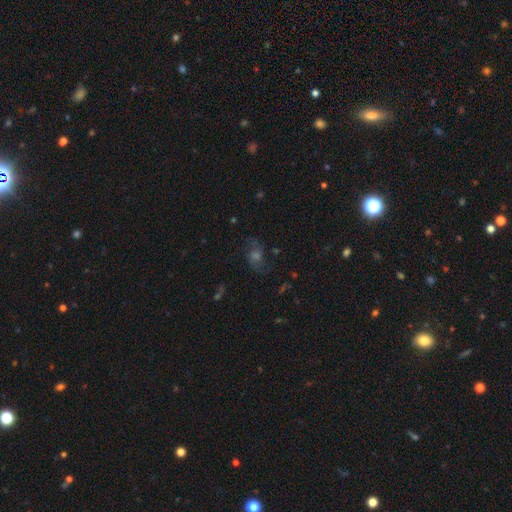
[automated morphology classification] Smooth or featured? Predicted: featured or disk (p=0.42). Merging? Predicted: none (p=0.73).